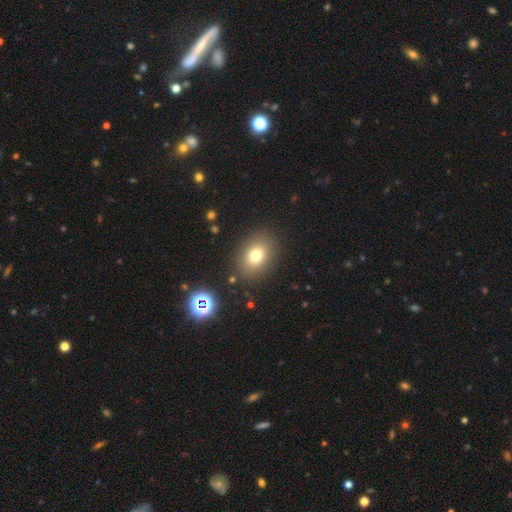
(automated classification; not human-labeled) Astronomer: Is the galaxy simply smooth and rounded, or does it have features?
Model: smooth — 76%.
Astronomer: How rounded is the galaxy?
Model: in between — 62%.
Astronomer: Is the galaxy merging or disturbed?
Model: none — 86%.